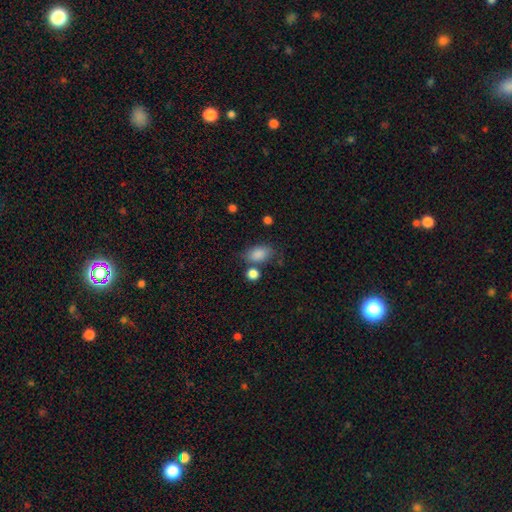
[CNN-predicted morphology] A smooth galaxy with no disk features (82%) that is in between round and cigar-shaped (84%). Merging: none (64%).